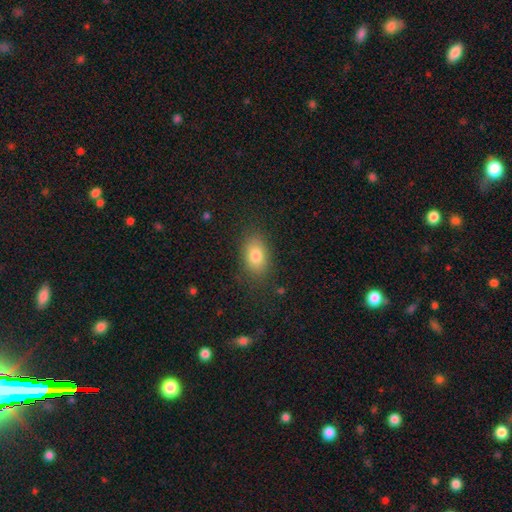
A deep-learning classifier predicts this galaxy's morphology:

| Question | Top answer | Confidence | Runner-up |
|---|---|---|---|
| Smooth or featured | smooth | 80% | featured or disk (10%) |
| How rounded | in between | 85% | round (13%) |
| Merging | none | 82% | minor disturbance (12%) |